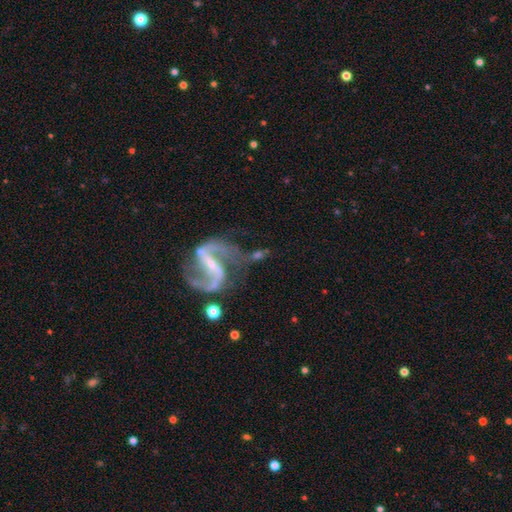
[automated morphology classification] This is clearly a featured or disk galaxy (90%). It is clearly not viewed edge-on (97%). Bar: possibly strong (52%). Spiral arm pattern: clearly yes (96%). Spiral arm count: clearly 2 (92%). Spiral winding: possibly loose (52%). Central bulge: likely small (71%). Merging: possibly none (52%).